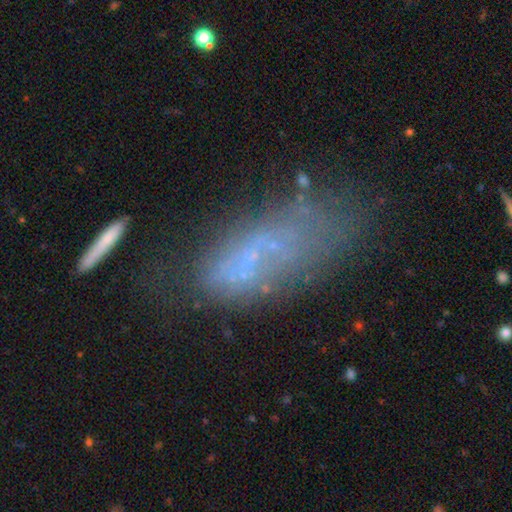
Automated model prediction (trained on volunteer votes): smooth-or-featured: smooth: 44% | featured or disk: 39% | star or artifact: 17%
  merging: none: 37% | major disturbance: 25% | minor disturbance: 24% | merger: 14%